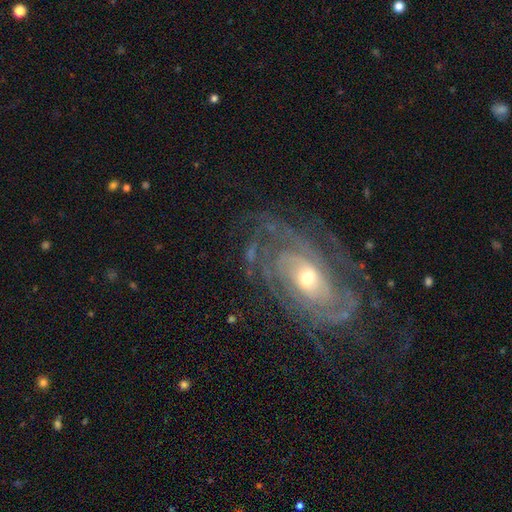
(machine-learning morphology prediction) This is clearly a featured or disk galaxy (87%). It is clearly not viewed edge-on (95%). Bar: likely no (66%). Spiral arm pattern: clearly yes (95%). Spiral arm count: marginally can't tell (35%). Spiral winding: likely tight (66%). Central bulge: possibly moderate (53%). Merging: likely none (68%).